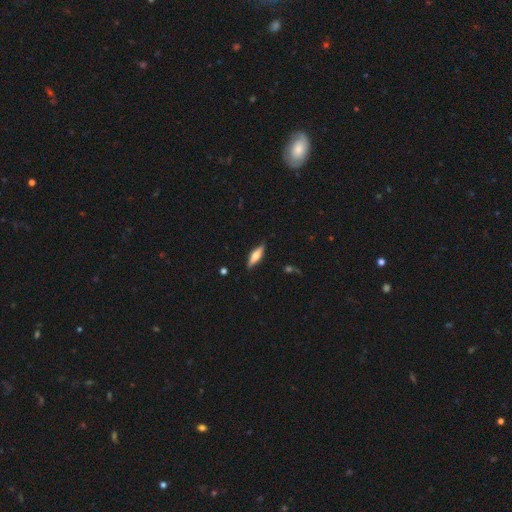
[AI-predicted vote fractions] A smooth galaxy with no disk features (52%) that is cigar-shaped (56%).

Vote fractions:
- Smooth or featured? smooth: 52% / featured or disk: 42% / star or artifact: 6%
- How rounded? cigar-shaped: 56% / in between: 41% / round: 2%
- Merging? none: 85% / minor disturbance: 12% / major disturbance: 2% / merger: 1%